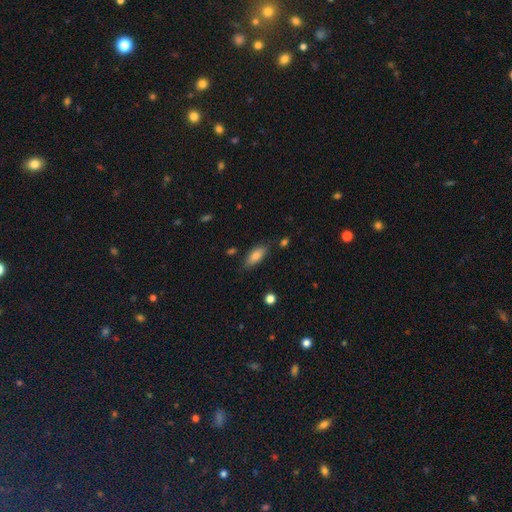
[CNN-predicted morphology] Smooth or featured? smooth (79%)
How rounded? in between (78%)
Merging? none (76%)